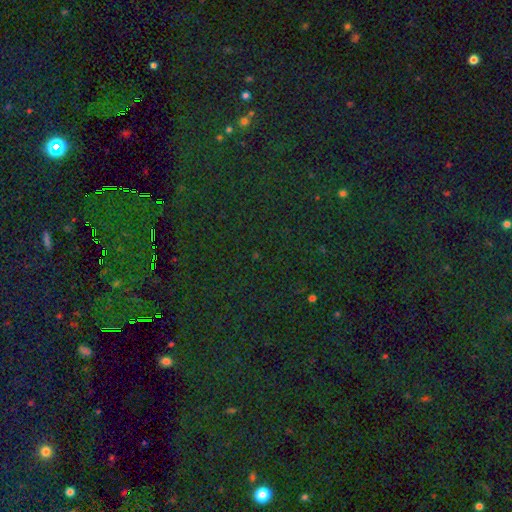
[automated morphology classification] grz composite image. It shows a star or artifact, not a galaxy (80%).